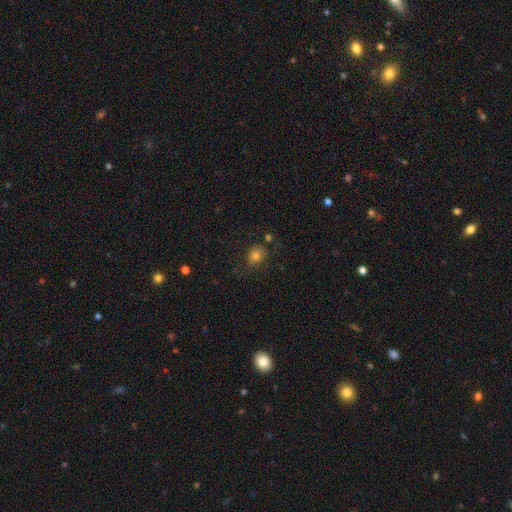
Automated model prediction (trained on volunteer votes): The model was most divided on "how rounded": round: 52%, in between: 47%, cigar-shaped: 1%. More confident: smooth or featured — smooth (76%); merging — none (68%).